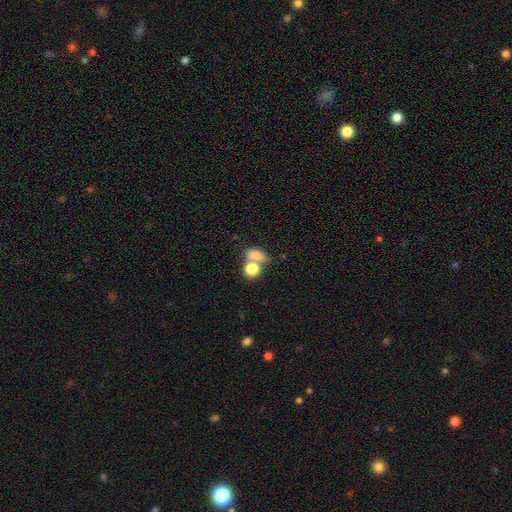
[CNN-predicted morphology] Smooth or featured? Predicted: smooth (p=0.77). How rounded? Predicted: in between (p=0.68). Merging? Predicted: merger (p=0.43).